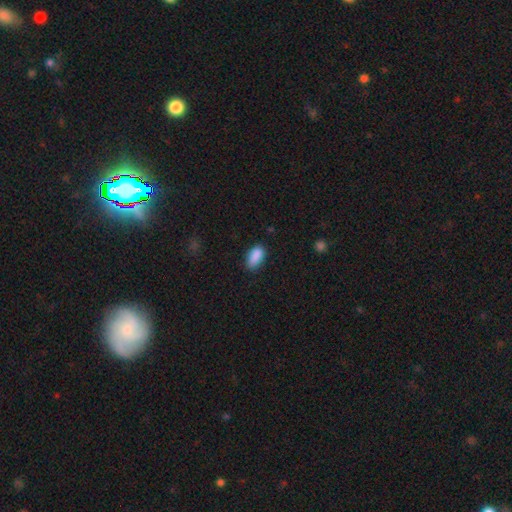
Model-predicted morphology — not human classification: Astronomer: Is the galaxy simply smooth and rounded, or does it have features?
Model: smooth — 89%.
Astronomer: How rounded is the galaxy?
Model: in between — 91%.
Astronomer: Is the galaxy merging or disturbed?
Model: none — 80%.